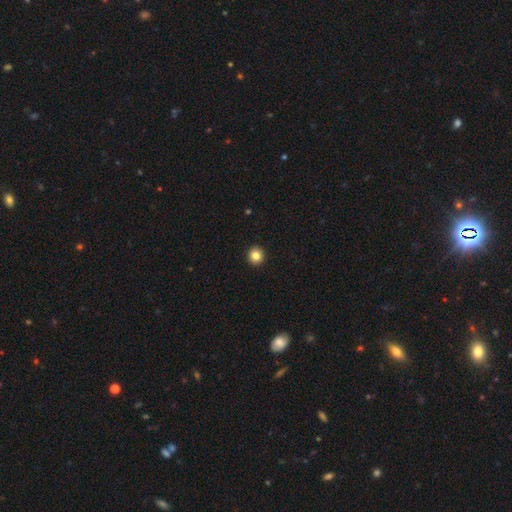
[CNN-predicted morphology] Smooth or featured? smooth (83%)
How rounded? round (94%)
Merging? none (94%)